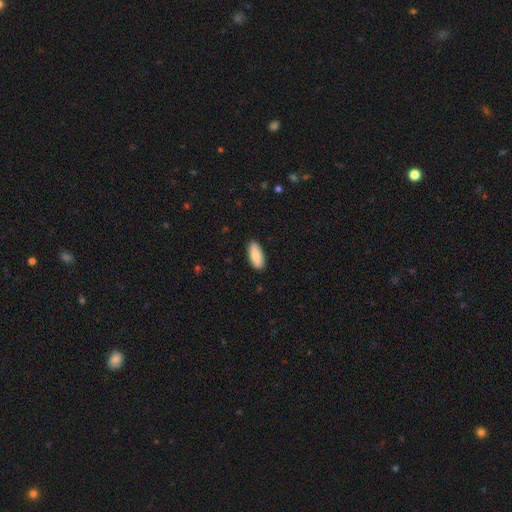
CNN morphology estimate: Smooth or featured: smooth — 81% (featured or disk — 13%)
How rounded: in between — 80% (cigar-shaped — 18%)
Merging: none — 89% (minor disturbance — 9%)